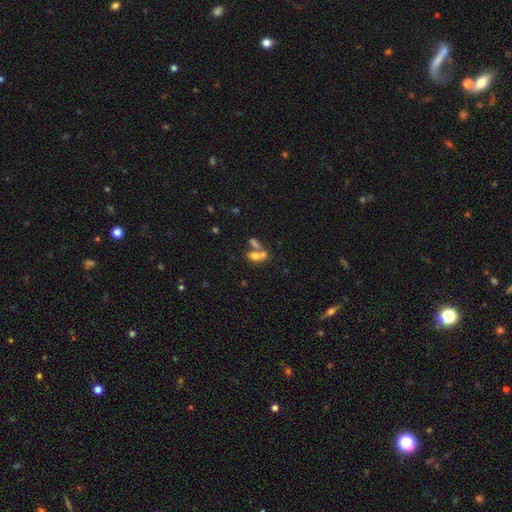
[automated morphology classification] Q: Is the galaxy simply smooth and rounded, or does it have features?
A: smooth — 64%.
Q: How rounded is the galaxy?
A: in between — 76%.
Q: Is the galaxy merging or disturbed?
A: merger — 54%.